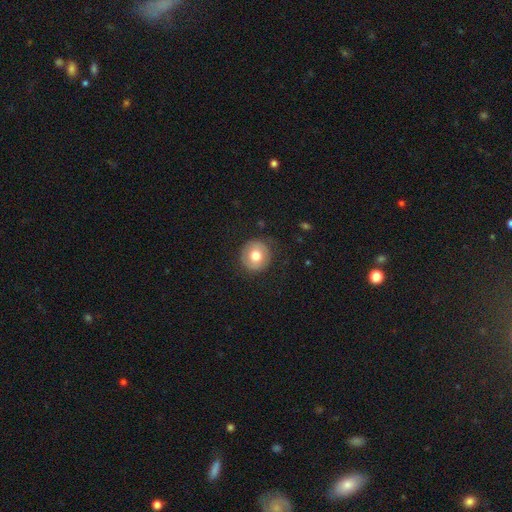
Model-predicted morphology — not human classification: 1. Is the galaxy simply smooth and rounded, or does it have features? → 72% smooth, 20% featured or disk, 8% star or artifact.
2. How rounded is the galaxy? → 92% round, 7% in between, 1% cigar-shaped.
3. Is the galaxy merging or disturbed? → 84% none, 11% minor disturbance, 4% major disturbance, 1% merger.